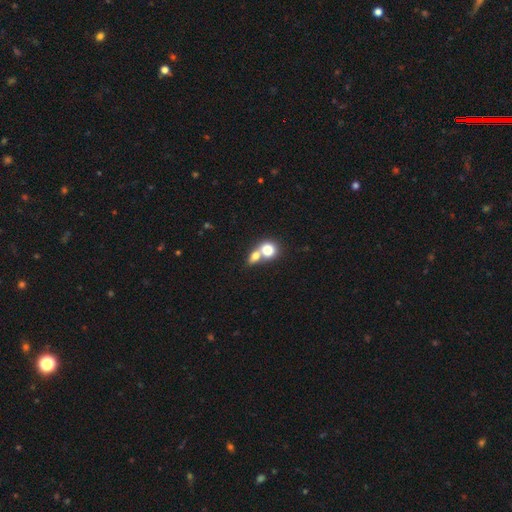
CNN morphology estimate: Overall: smooth (75%). How rounded: round (64%; in between 34%). Merging: merger (66%; none 26%).